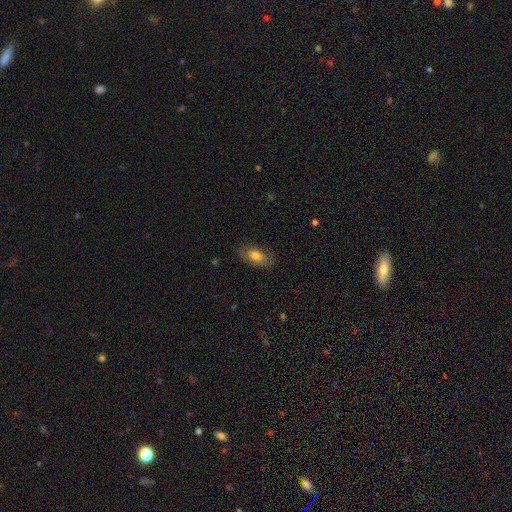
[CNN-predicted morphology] This is likely a smooth galaxy (72%). How rounded: clearly in between (90%). Merging: likely none (79%).